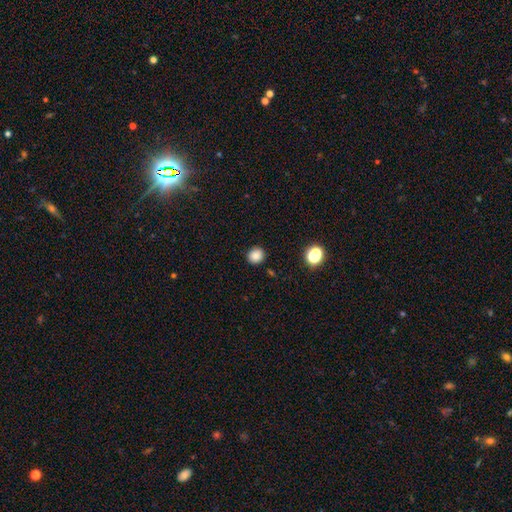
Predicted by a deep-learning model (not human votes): Smooth or featured?
  - smooth: 84% *
  - star or artifact: 12%
  - featured or disk: 4%
How rounded?
  - round: 88% *
  - in between: 11%
  - cigar-shaped: 1%
Merging?
  - none: 90% *
  - minor disturbance: 6%
  - major disturbance: 2%
  - merger: 2%